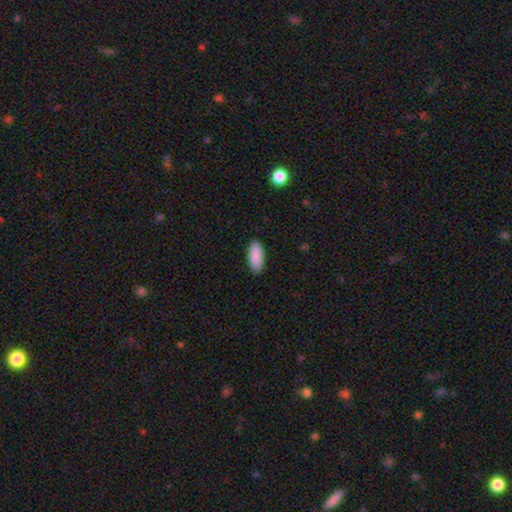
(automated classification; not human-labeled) Q: Smooth or featured?
A: smooth (90%); runner-up: star or artifact (6%)
Q: How rounded?
A: in between (87%); runner-up: cigar-shaped (11%)
Q: Merging?
A: none (88%); runner-up: minor disturbance (9%)